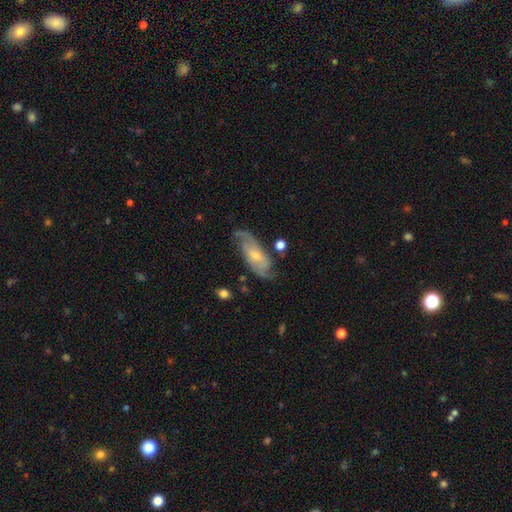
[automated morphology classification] A featured or disk galaxy (82%) with no bar (52%), 2 (86%) medium (46%) spiral arms (96%) and a small central bulge (64%).

Vote fractions:
- Smooth or featured? featured or disk: 82% / smooth: 12% / star or artifact: 6%
- Edge-on disk? no: 93% / yes: 7%
- Bar? no: 52% / weak: 36% / strong: 12%
- Spiral arms? yes: 96% / no: 4%
- Spiral winding? medium: 46% / tight: 29% / loose: 24%
- Spiral arm count? 2: 86% / can't tell: 7% / 3: 3% / 1: 2% / 4: 1% / more than 4: 1%
- Bulge size? small: 64% / moderate: 30% / none: 3% / large: 2% / dominant: 1%
- Merging? none: 73% / minor disturbance: 17% / major disturbance: 7% / merger: 3%